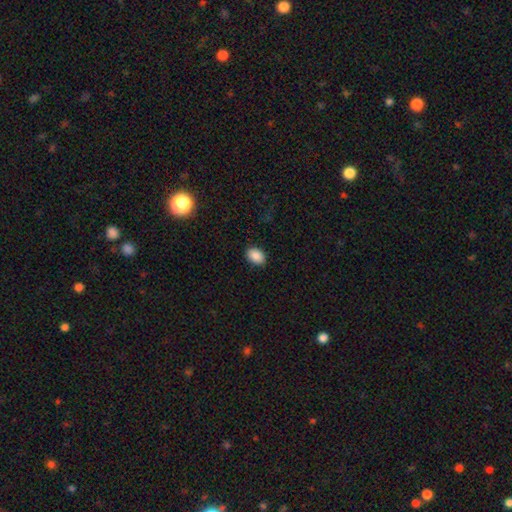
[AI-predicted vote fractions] A smooth galaxy with no disk features (88%) that is in between round and cigar-shaped (84%). Merging: none (88%).